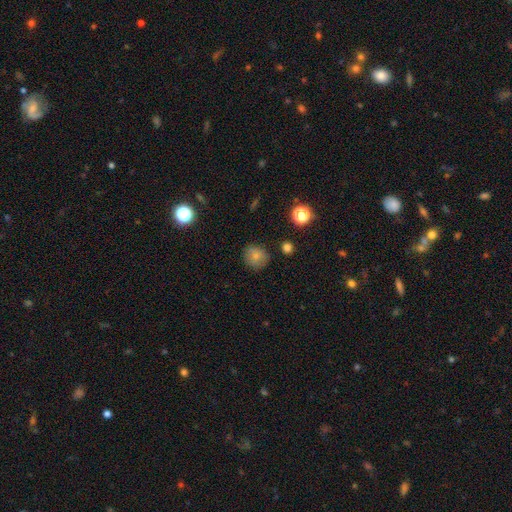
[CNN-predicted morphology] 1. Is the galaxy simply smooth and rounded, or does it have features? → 80% smooth, 12% star or artifact, 8% featured or disk.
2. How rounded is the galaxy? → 84% round, 15% in between, 1% cigar-shaped.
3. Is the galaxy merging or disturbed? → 83% none, 12% minor disturbance, 3% major disturbance, 2% merger.